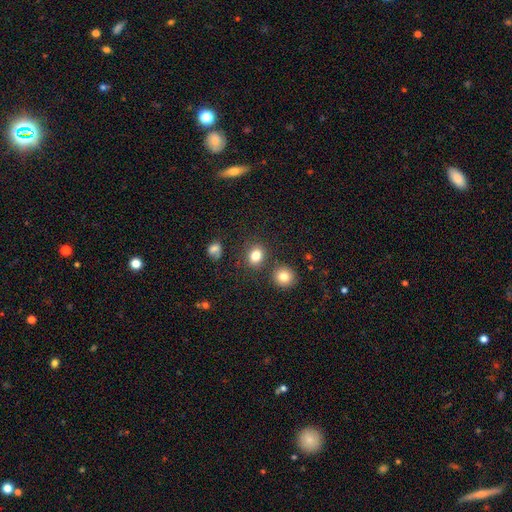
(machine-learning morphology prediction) Smooth or featured? smooth (81%)
How rounded? round (55%)
Merging? none (78%)